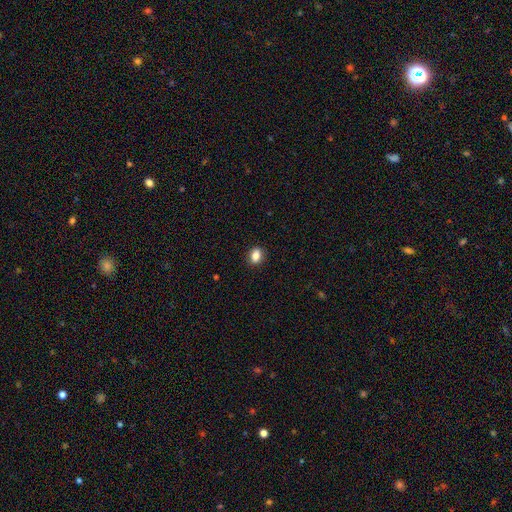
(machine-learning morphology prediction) Smooth or featured? smooth (85%)
How rounded? in between (67%)
Merging? none (89%)